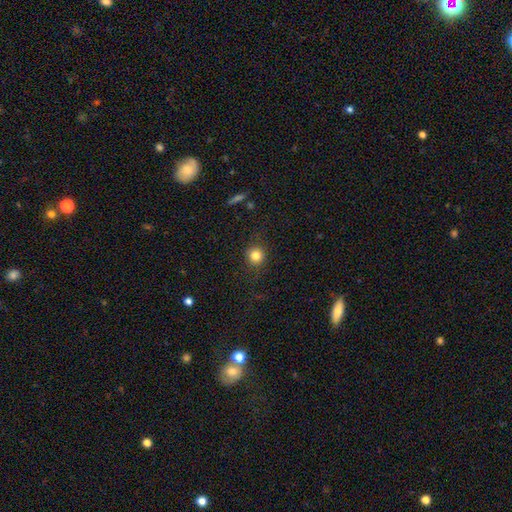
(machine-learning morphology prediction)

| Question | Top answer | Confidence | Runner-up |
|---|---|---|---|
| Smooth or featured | smooth | 82% | star or artifact (12%) |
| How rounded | round | 91% | in between (8%) |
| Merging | none | 87% | minor disturbance (9%) |